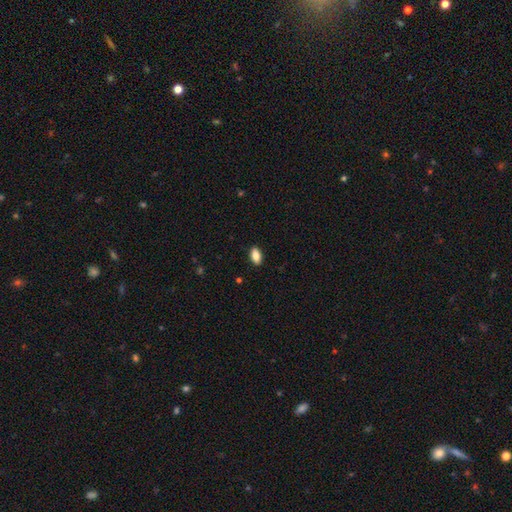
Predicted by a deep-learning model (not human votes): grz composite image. It shows a smooth galaxy with no disk features (85%) that is in between round and cigar-shaped (91%). Merging: none (89%).